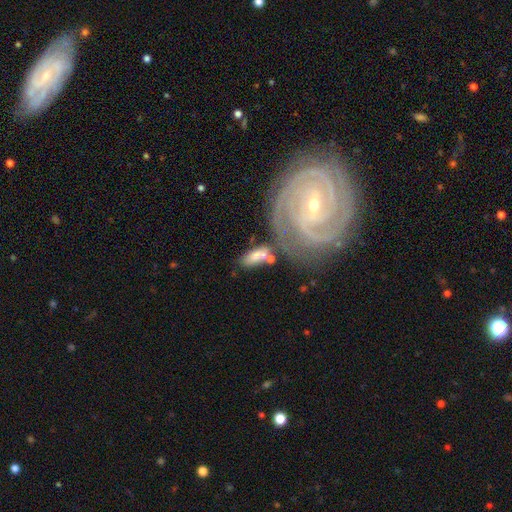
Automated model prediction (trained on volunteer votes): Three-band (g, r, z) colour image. It shows a smooth galaxy with no disk features (61%) that is in between round and cigar-shaped (84%). Merging: none (38%).